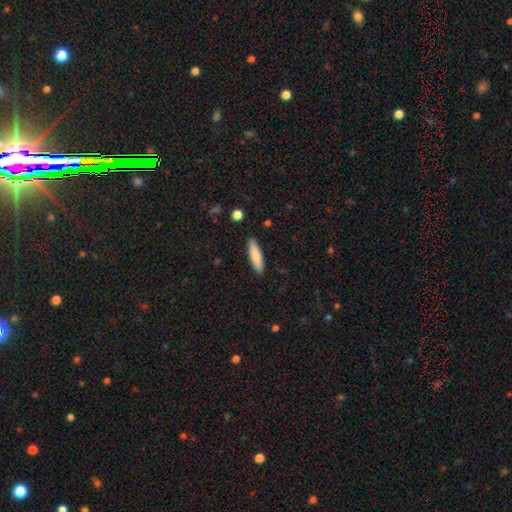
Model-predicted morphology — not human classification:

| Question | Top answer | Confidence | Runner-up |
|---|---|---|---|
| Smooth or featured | smooth | 84% | featured or disk (11%) |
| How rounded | cigar-shaped | 75% | in between (24%) |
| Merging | none | 90% | minor disturbance (7%) |